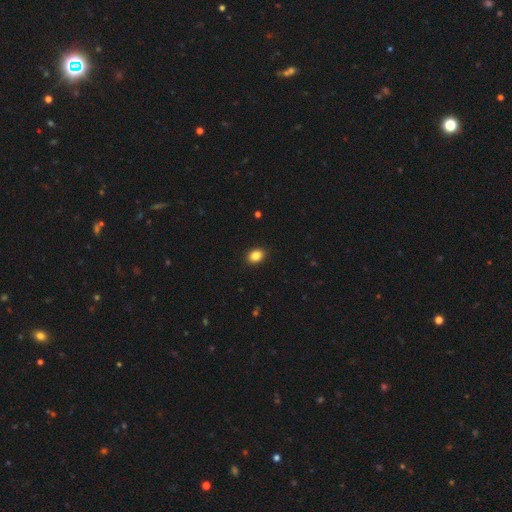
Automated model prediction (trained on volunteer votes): The model was most divided on "how rounded": in between: 64%, round: 35%, cigar-shaped: 1%. More confident: merging — none (90%); smooth or featured — smooth (87%).